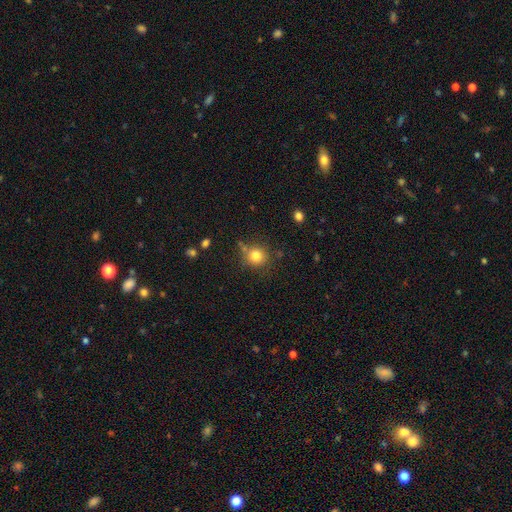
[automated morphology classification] This is clearly a smooth galaxy (81%). How rounded: clearly round (90%). Merging: likely none (74%).